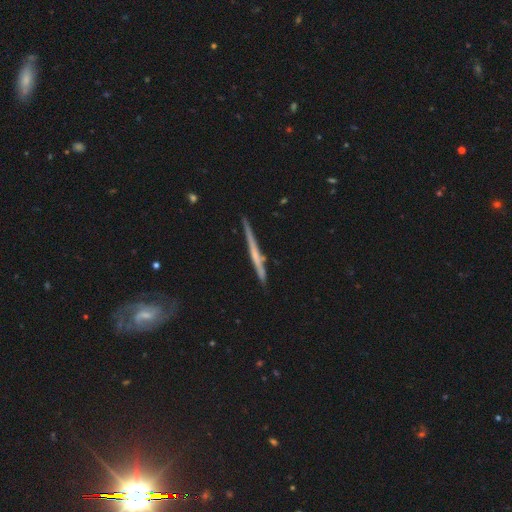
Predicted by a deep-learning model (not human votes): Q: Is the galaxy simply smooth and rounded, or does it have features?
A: featured or disk — 64%.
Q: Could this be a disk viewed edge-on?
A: yes — 97%.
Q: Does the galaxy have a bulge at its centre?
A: none — 73%.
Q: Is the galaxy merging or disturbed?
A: none — 85%.